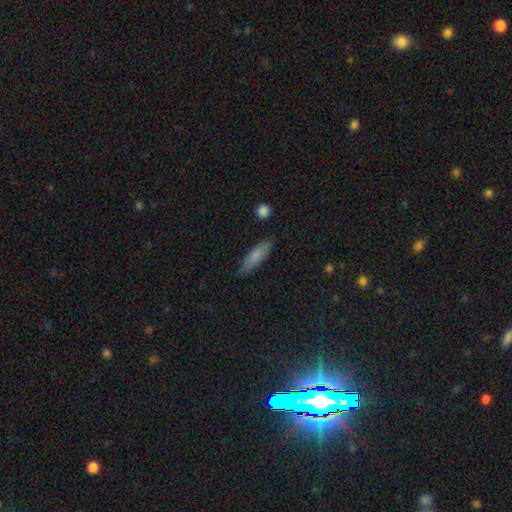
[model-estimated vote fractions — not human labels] This is likely a smooth galaxy (79%). How rounded: likely cigar-shaped (63%). Merging: clearly none (85%).